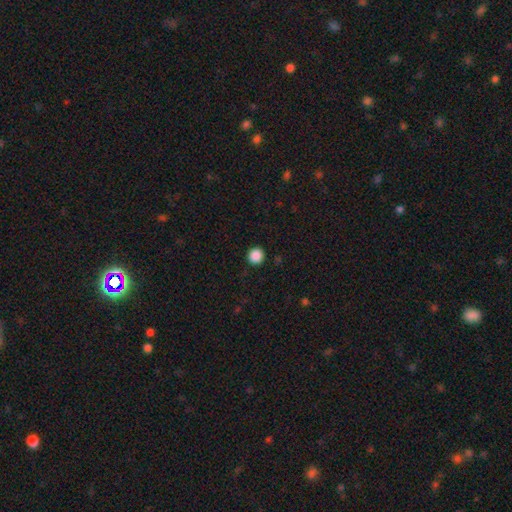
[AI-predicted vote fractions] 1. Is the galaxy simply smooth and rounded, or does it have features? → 88% smooth, 10% star or artifact, 2% featured or disk.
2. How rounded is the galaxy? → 94% round, 5% in between, 1% cigar-shaped.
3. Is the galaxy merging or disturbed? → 92% none, 5% minor disturbance, 2% major disturbance, 1% merger.